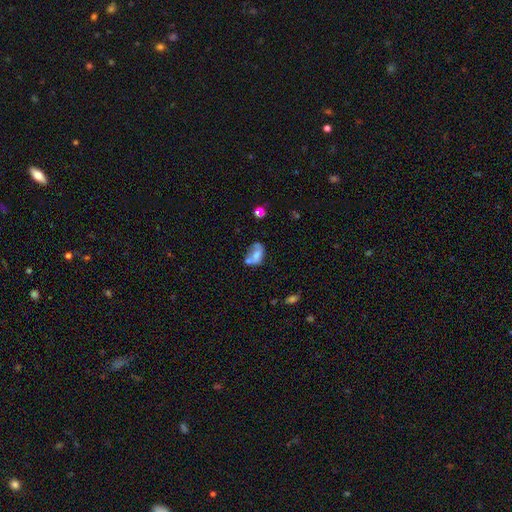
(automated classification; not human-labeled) A smooth galaxy with no disk features (57%) that is in between round and cigar-shaped (85%). Merging: merger (31%).